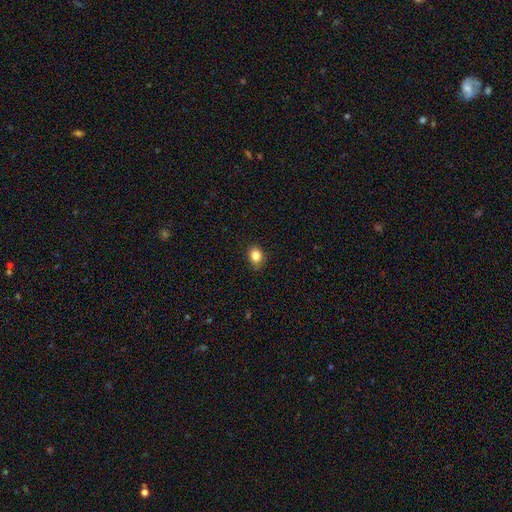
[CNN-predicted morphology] The model was most divided on "how rounded": in between: 51%, round: 48%, cigar-shaped: 1%. More confident: merging — none (86%); smooth or featured — smooth (84%).